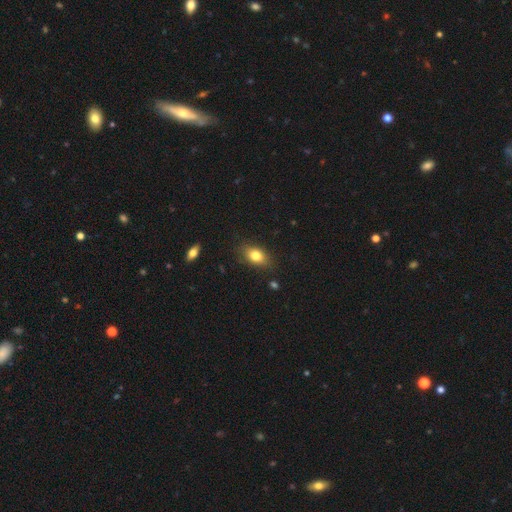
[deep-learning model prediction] A smooth galaxy with no disk features (80%) that is in between round and cigar-shaped (83%).

Vote fractions:
- Smooth or featured? smooth: 80% / featured or disk: 11% / star or artifact: 9%
- How rounded? in between: 83% / round: 14% / cigar-shaped: 3%
- Merging? none: 82% / minor disturbance: 14% / major disturbance: 3% / merger: 1%